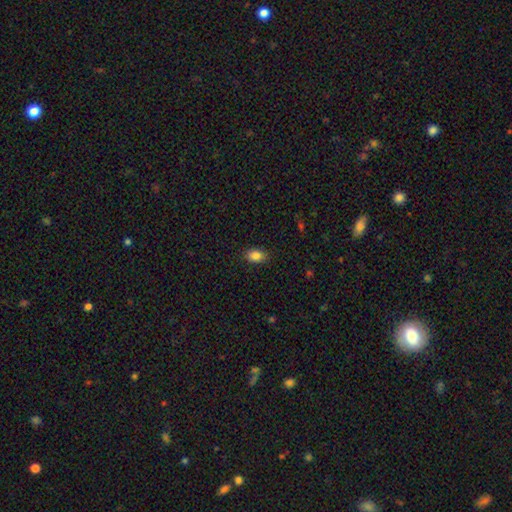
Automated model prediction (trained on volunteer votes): Smooth or featured: smooth — 86% (star or artifact — 9%)
How rounded: in between — 83% (round — 16%)
Merging: none — 88% (minor disturbance — 9%)